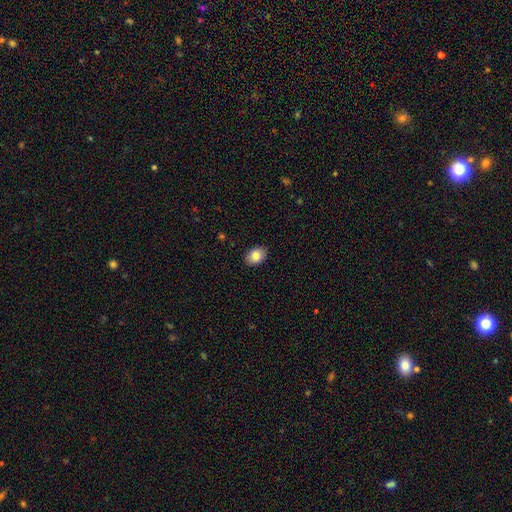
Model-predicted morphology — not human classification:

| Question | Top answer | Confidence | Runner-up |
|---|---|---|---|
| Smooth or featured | smooth | 85% | star or artifact (8%) |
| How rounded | in between | 74% | round (25%) |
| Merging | none | 89% | minor disturbance (8%) |